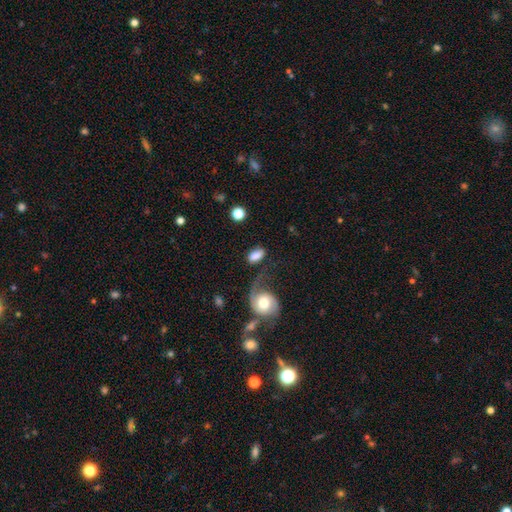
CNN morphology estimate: A smooth galaxy with no disk features (72%) that is in between round and cigar-shaped (86%). Merging: none (48%).